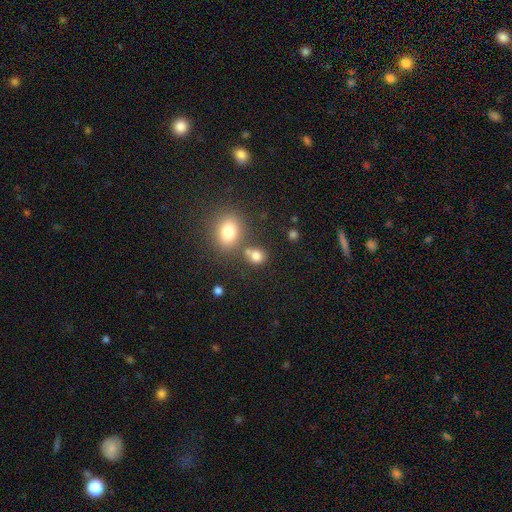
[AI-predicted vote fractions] smooth 79%, star or artifact 13%, featured or disk 8%. Down the decision tree: how rounded — round (65%); merging — none (58%).